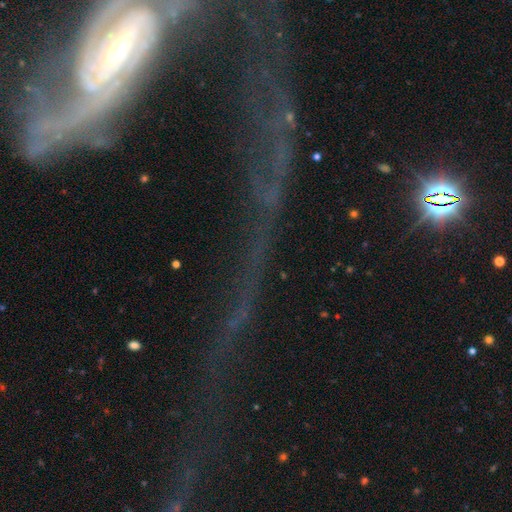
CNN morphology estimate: featured or disk 52%, star or artifact 35%, smooth 13%. Down the decision tree: edge-on disk — no (65%); merging — none (39%).